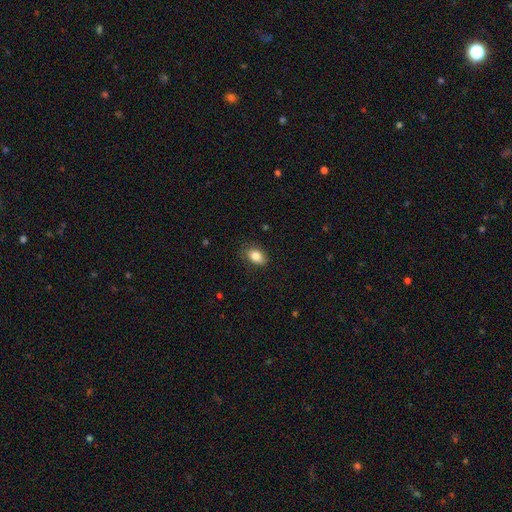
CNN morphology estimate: A smooth galaxy with no disk features (84%) that is in between round and cigar-shaped (86%).

Vote fractions:
- Smooth or featured? smooth: 84% / star or artifact: 8% / featured or disk: 8%
- How rounded? in between: 86% / round: 13% / cigar-shaped: 2%
- Merging? none: 79% / minor disturbance: 16% / major disturbance: 4% / merger: 1%